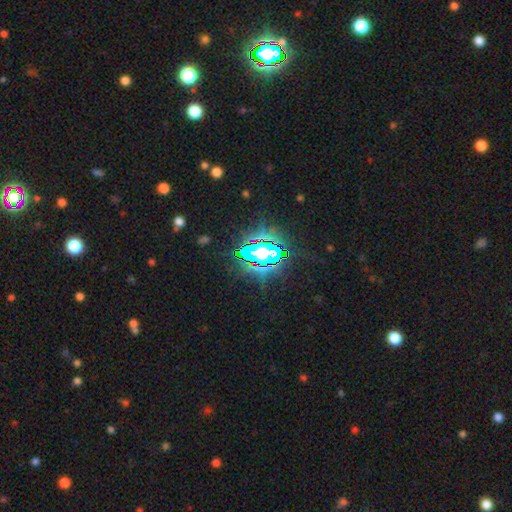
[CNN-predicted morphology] This is clearly a star or artifact rather than a galaxy (83%).